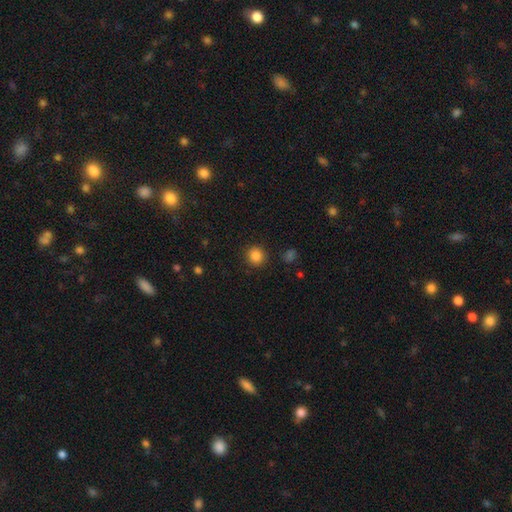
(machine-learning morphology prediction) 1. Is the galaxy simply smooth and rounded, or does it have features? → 85% smooth, 11% star or artifact, 4% featured or disk.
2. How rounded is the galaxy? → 92% round, 7% in between, 1% cigar-shaped.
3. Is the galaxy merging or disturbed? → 91% none, 6% minor disturbance, 2% major disturbance, 1% merger.